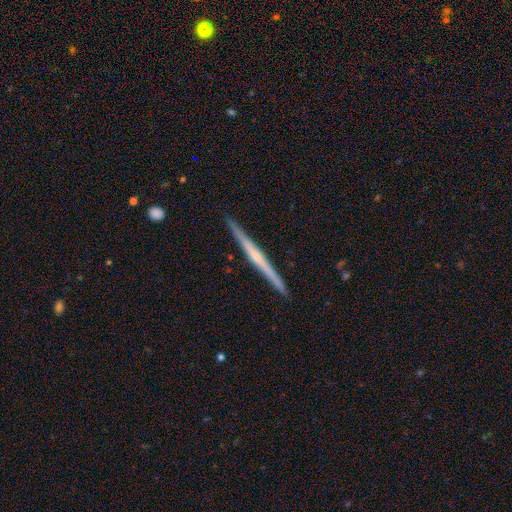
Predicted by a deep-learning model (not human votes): Smooth or featured: featured or disk — 68% (smooth — 27%)
Edge-on disk: yes — 98% (no — 2%)
Edge-on bulge: none — 47% (rounded — 44%)
Merging: none — 92% (minor disturbance — 6%)